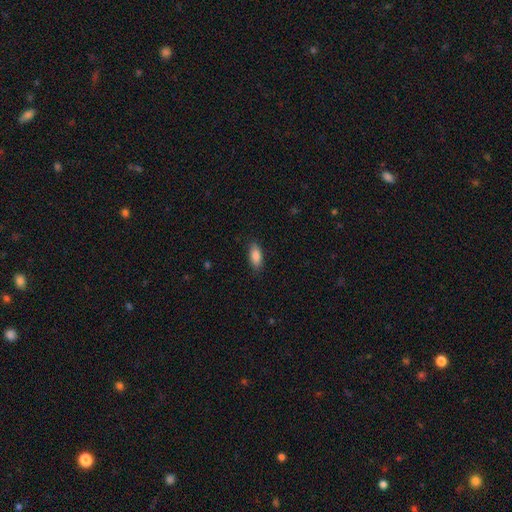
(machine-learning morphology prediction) Smooth or featured?
  - smooth: 87% *
  - star or artifact: 6%
  - featured or disk: 6%
How rounded?
  - in between: 87% *
  - cigar-shaped: 11%
  - round: 2%
Merging?
  - none: 85% *
  - minor disturbance: 11%
  - major disturbance: 3%
  - merger: 1%